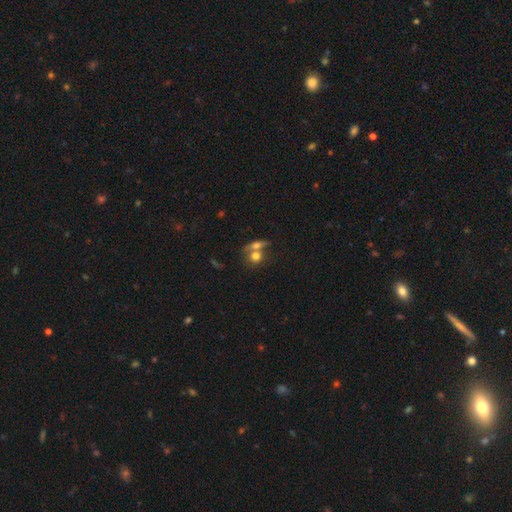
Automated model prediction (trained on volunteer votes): A smooth galaxy with no disk features (67%) that is round (64%).

Vote fractions:
- Smooth or featured? smooth: 67% / featured or disk: 23% / star or artifact: 10%
- How rounded? round: 64% / in between: 31% / cigar-shaped: 6%
- Merging? merger: 50% / none: 35% / minor disturbance: 9% / major disturbance: 6%